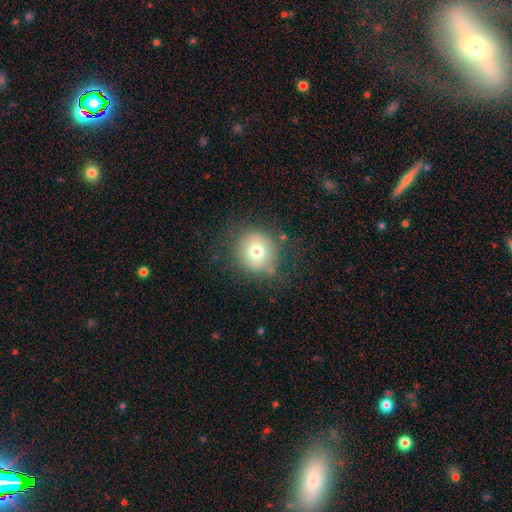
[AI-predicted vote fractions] This appears to be a smooth galaxy with no disk features (72%) that is round (89%). Merging: none (78%).